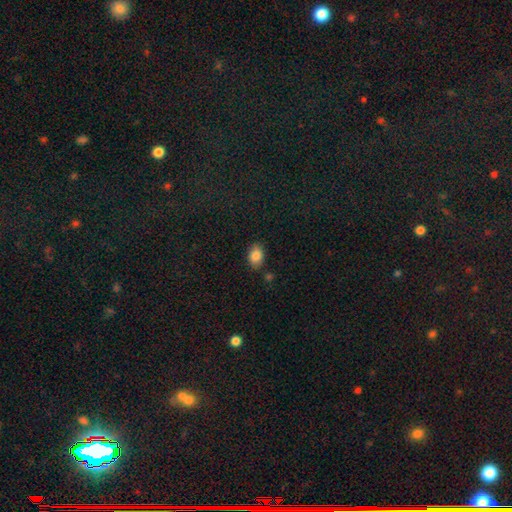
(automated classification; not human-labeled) smooth_or_featured: smooth (p=0.86) [alt: star or artifact p=0.08]
how_rounded: in between (p=0.81) [alt: round p=0.18]
merging: none (p=0.82) [alt: minor disturbance p=0.12]